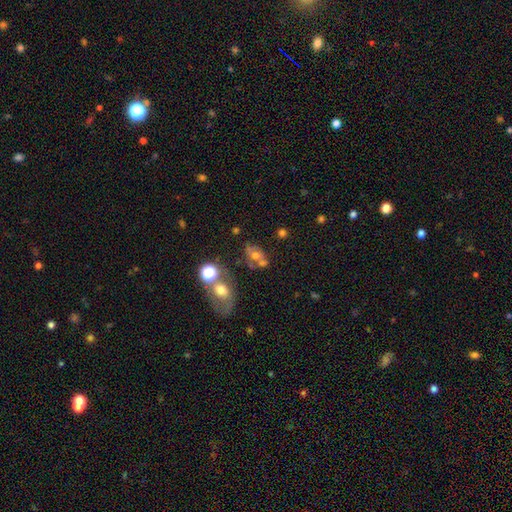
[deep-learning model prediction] smooth_or_featured: smooth (p=0.46) [alt: featured or disk p=0.33]
merging: none (p=0.45) [alt: merger p=0.27]